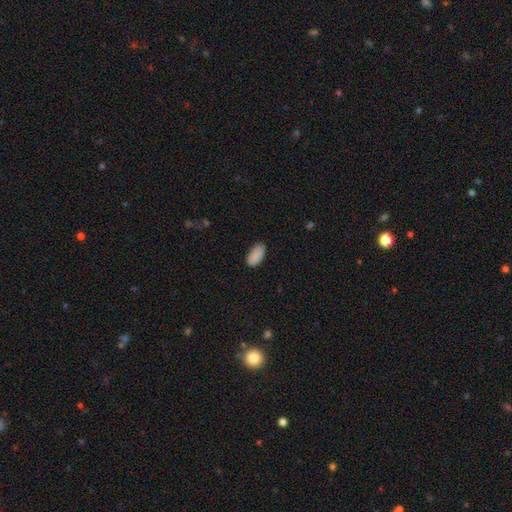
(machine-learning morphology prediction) smooth-or-featured: smooth: 89% | star or artifact: 7% | featured or disk: 4%
  how-rounded: in between: 94% | cigar-shaped: 4% | round: 2%
  merging: none: 82% | minor disturbance: 14% | major disturbance: 3% | merger: 1%